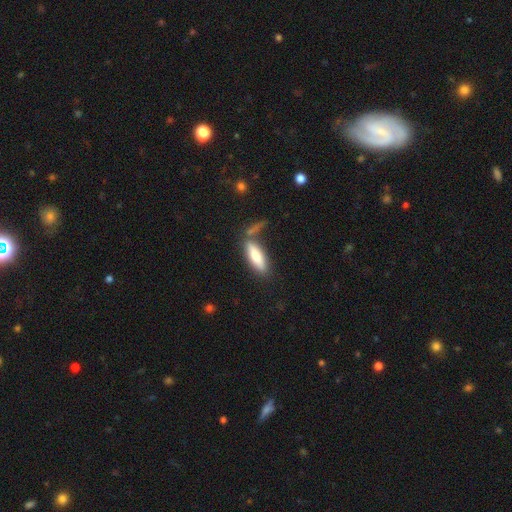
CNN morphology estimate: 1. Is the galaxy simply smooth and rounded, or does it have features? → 73% smooth, 20% featured or disk, 6% star or artifact.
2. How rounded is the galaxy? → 56% in between, 42% cigar-shaped, 2% round.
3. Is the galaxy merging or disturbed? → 60% none, 18% minor disturbance, 15% merger, 7% major disturbance.